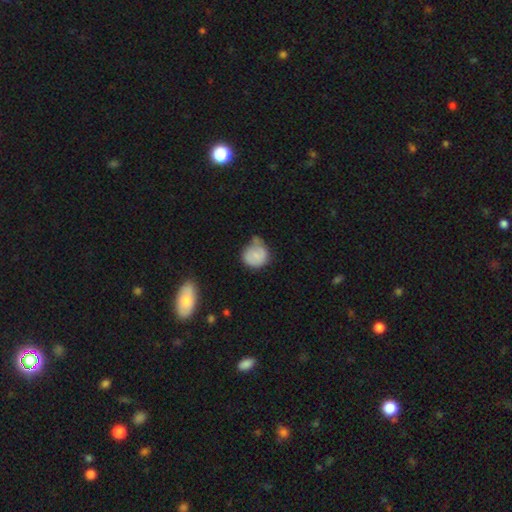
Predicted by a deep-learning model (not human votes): A smooth galaxy with no disk features (76%) that is round (82%). Merging: none (41%).